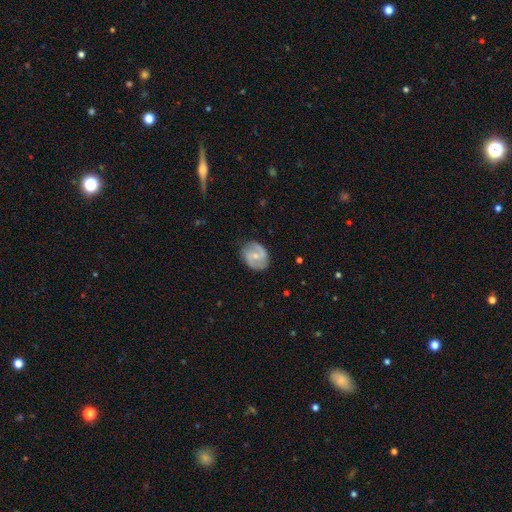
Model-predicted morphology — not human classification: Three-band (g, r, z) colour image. It shows a featured or disk galaxy (73%) with a weak bar (45%), 2 (87%) medium (49%) spiral arms (89%) and a small central bulge (55%). Merging: none (78%).